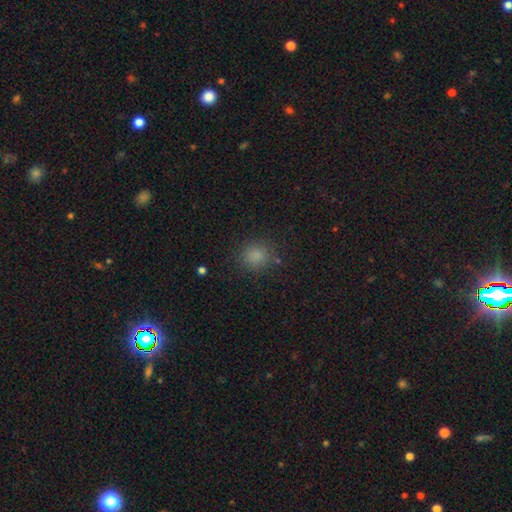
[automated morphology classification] smooth-or-featured: smooth: 82% | star or artifact: 14% | featured or disk: 4%
  how-rounded: round: 82% | in between: 17% | cigar-shaped: 1%
  merging: none: 83% | minor disturbance: 11% | major disturbance: 4% | merger: 2%